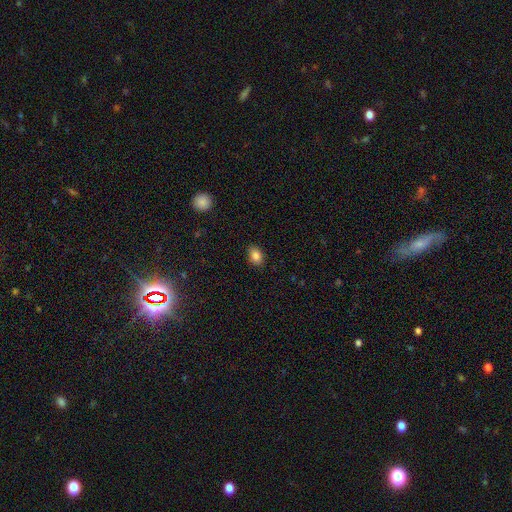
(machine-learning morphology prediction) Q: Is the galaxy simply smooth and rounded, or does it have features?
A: smooth — 86%.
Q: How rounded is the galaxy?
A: in between — 76%.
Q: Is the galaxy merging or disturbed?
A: none — 87%.